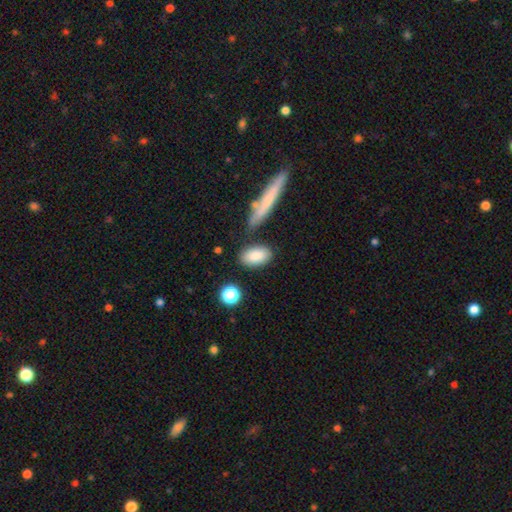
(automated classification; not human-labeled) The model was most divided on "merging": none: 76%, minor disturbance: 13%, merger: 7%, major disturbance: 4%. More confident: how rounded — in between (89%); smooth or featured — smooth (85%).